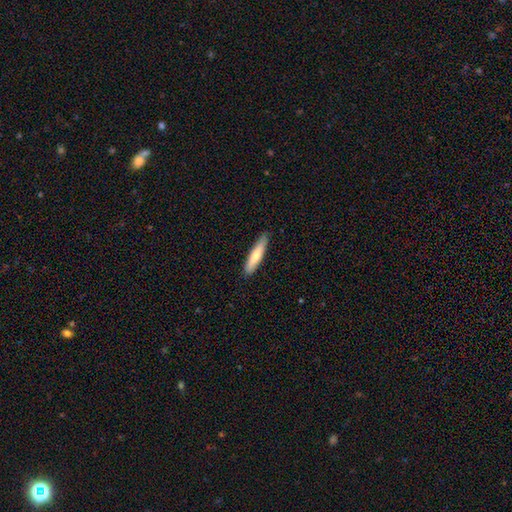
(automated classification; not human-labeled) Smooth or featured: smooth — 67% (featured or disk — 27%)
How rounded: cigar-shaped — 84% (in between — 14%)
Merging: none — 87% (minor disturbance — 10%)